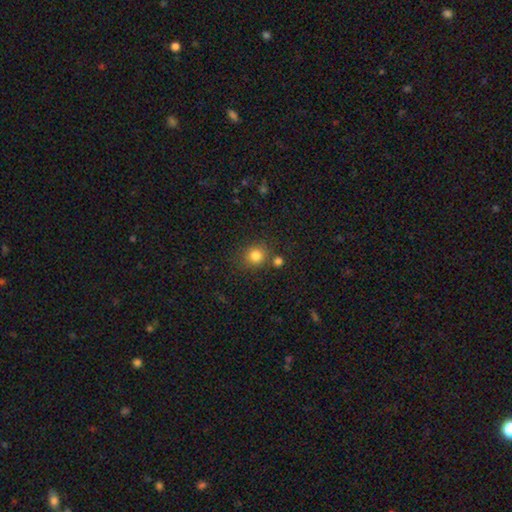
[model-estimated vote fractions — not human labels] smooth_or_featured: smooth (p=0.82) [alt: star or artifact p=0.12]
how_rounded: round (p=0.83) [alt: in between p=0.16]
merging: none (p=0.75) [alt: merger p=0.11]